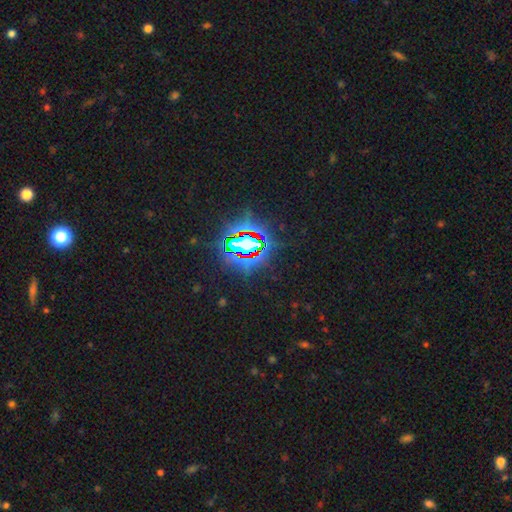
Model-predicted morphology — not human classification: star or artifact 80%, smooth 11%, featured or disk 9%.